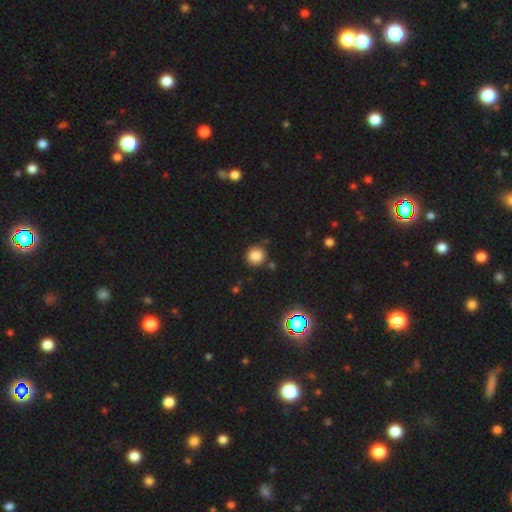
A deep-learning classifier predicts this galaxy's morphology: type=smooth (82%); roundness=round (91%); merging=none (85%).